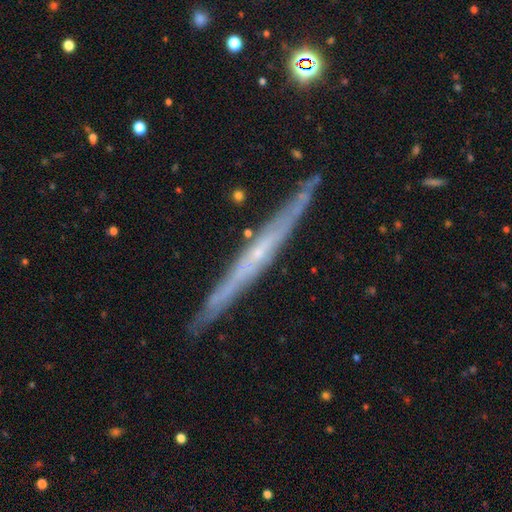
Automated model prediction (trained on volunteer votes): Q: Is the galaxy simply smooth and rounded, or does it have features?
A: featured or disk — 71%.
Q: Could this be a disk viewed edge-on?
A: yes — 97%.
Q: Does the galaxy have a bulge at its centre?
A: none — 75%.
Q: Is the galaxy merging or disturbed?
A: none — 89%.